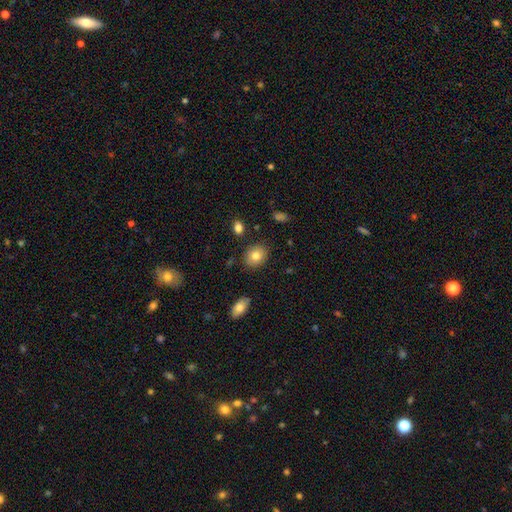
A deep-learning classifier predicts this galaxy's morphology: A smooth galaxy with no disk features (80%) that is round (55%). Merging: none (87%).